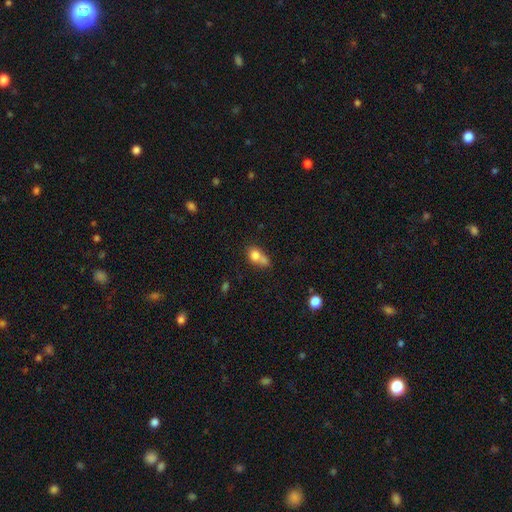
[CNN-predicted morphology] A smooth galaxy with no disk features (75%) that is round (55%). Merging: merger (50%).